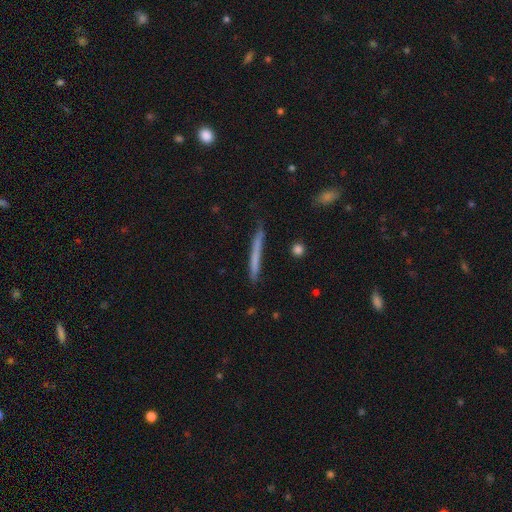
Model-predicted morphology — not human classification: Overall: smooth (62%; featured or disk 31%). How rounded: cigar-shaped (96%). Merging: none (81%).